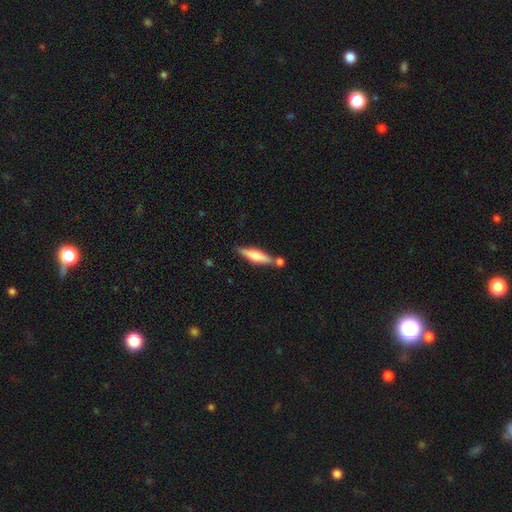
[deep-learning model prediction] smooth 58%, featured or disk 36%, star or artifact 6%. Down the decision tree: how rounded — cigar-shaped (76%); merging — none (67%).